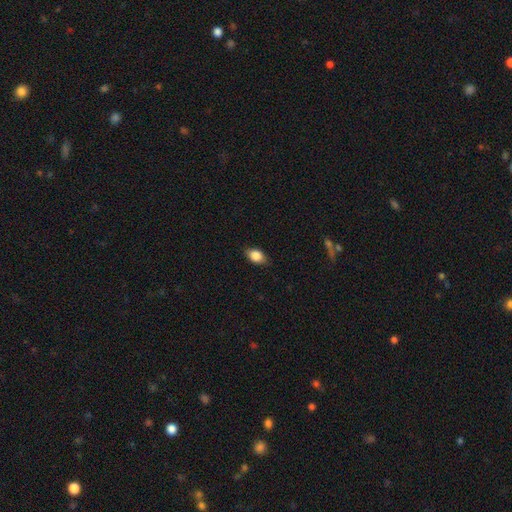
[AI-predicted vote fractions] A smooth galaxy with no disk features (84%) that is in between round and cigar-shaped (83%).

Vote fractions:
- Smooth or featured? smooth: 84% / star or artifact: 8% / featured or disk: 8%
- How rounded? in between: 83% / round: 15% / cigar-shaped: 2%
- Merging? none: 81% / minor disturbance: 15% / major disturbance: 3% / merger: 1%